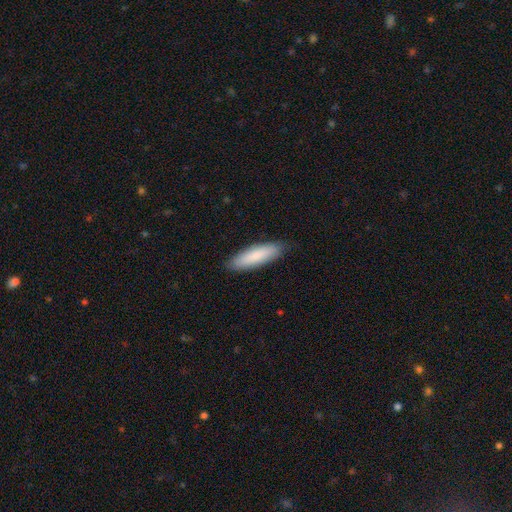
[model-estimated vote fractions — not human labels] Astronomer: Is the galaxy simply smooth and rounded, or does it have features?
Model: smooth — 84%.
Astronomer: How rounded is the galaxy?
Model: cigar-shaped — 62%.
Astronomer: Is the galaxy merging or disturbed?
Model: none — 87%.